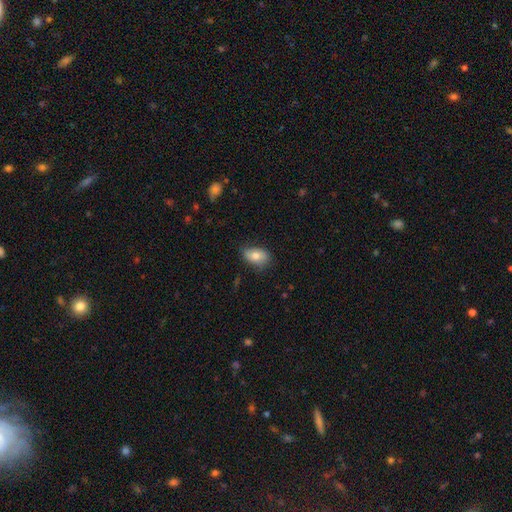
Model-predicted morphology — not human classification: This is likely a smooth galaxy (73%). How rounded: clearly in between (88%). Merging: likely none (72%).